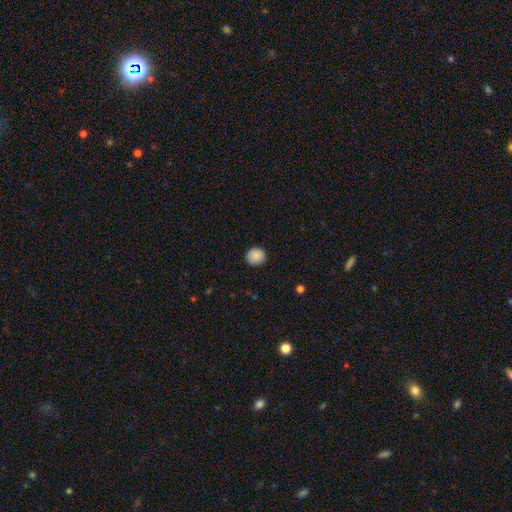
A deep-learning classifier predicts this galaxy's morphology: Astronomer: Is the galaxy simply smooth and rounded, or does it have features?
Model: smooth — 88%.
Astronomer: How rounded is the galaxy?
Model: round — 86%.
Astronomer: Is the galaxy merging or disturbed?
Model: none — 90%.